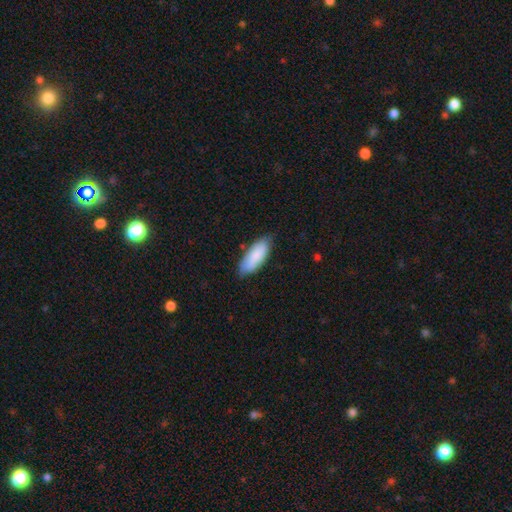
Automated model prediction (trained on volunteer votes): Overall: smooth (84%). How rounded: in between (79%). Merging: none (74%).